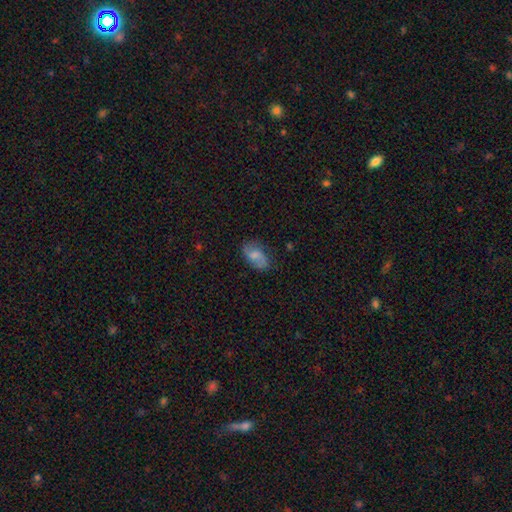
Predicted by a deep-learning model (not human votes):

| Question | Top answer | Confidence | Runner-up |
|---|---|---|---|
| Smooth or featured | smooth | 49% | featured or disk (43%) |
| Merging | none | 68% | minor disturbance (22%) |